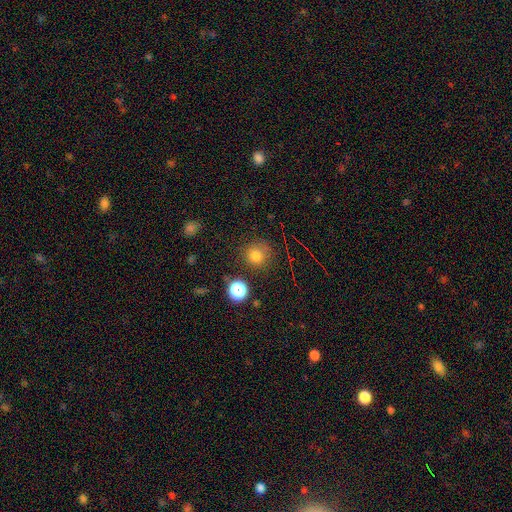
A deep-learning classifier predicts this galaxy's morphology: A smooth galaxy with no disk features (75%) that is round (92%).

Vote fractions:
- Smooth or featured? smooth: 75% / star or artifact: 19% / featured or disk: 6%
- How rounded? round: 92% / in between: 7% / cigar-shaped: 1%
- Merging? none: 81% / minor disturbance: 11% / major disturbance: 4% / merger: 3%